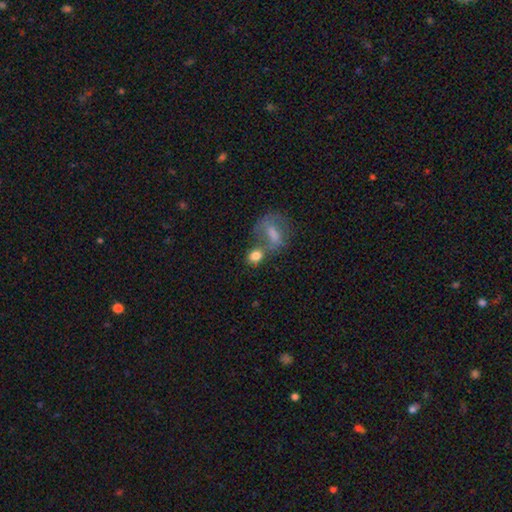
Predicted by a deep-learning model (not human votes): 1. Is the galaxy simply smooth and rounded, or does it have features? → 79% smooth, 11% featured or disk, 10% star or artifact.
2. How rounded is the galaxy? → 54% in between, 44% round, 2% cigar-shaped.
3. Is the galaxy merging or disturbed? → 44% none, 35% merger, 13% minor disturbance, 8% major disturbance.